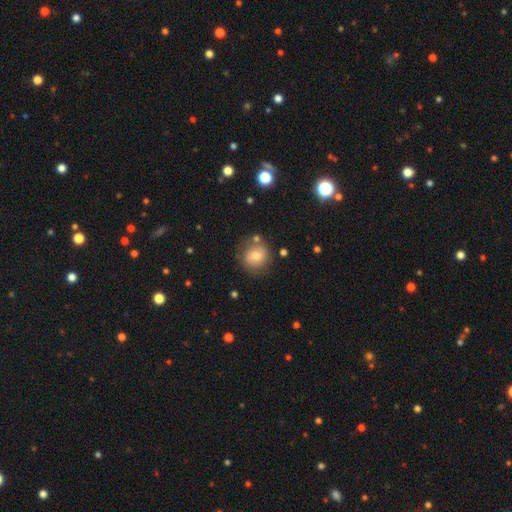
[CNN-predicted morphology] smooth 67%, featured or disk 22%, star or artifact 11%. Down the decision tree: how rounded — round (86%); merging — none (75%).